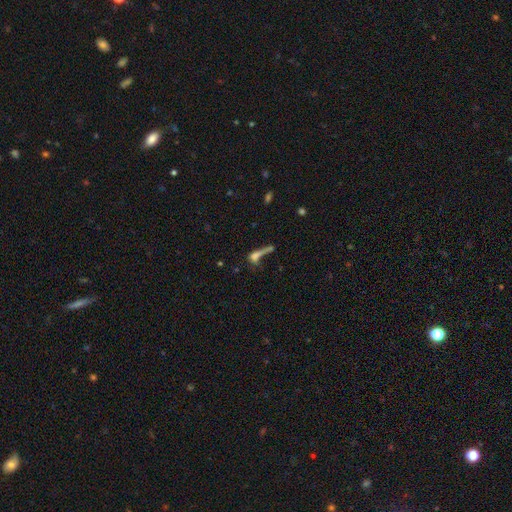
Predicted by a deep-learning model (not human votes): Morphology: type=smooth (52%); roundness=cigar-shaped (53%); merging=major disturbance (31%).